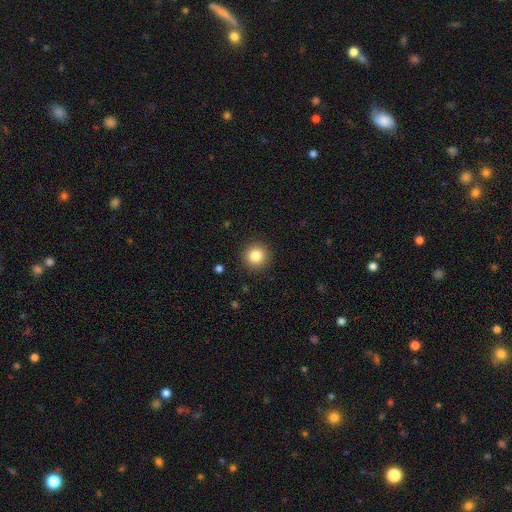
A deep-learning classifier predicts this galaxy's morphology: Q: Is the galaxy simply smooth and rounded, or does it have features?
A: smooth — 84%.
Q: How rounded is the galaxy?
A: round — 94%.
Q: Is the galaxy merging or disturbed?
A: none — 91%.